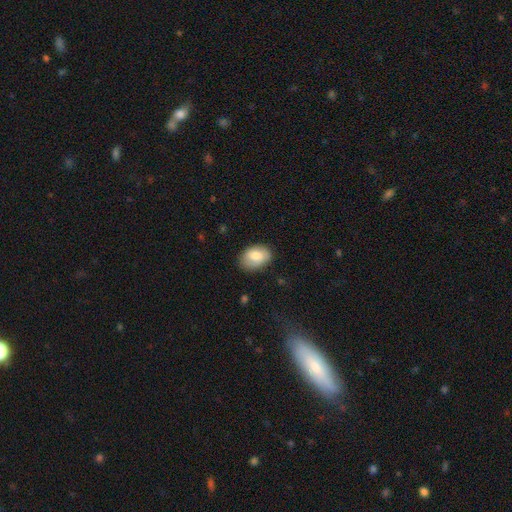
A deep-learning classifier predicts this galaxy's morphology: smooth-or-featured: smooth: 79% | featured or disk: 14% | star or artifact: 7%
  how-rounded: in between: 83% | round: 16% | cigar-shaped: 1%
  merging: none: 76% | minor disturbance: 19% | major disturbance: 4% | merger: 1%